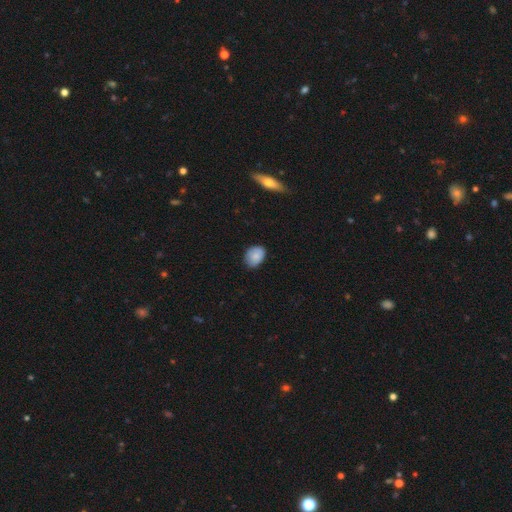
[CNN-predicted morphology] type=smooth (85%); roundness=in between (67%); merging=none (76%).